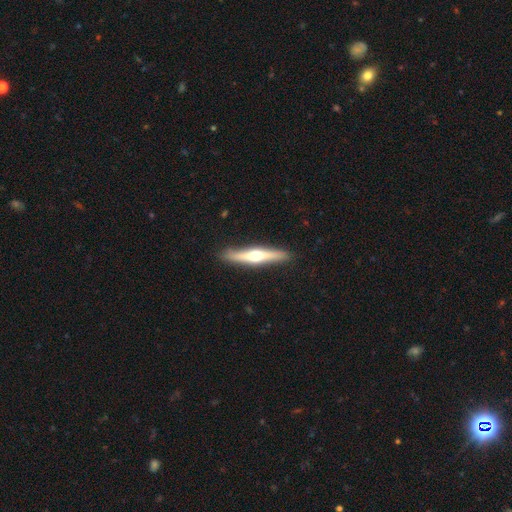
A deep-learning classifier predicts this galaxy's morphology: This appears to be a featured or disk galaxy (60%) viewed edge-on (95%) with a rounded central bulge (91%). Merging: none (89%).